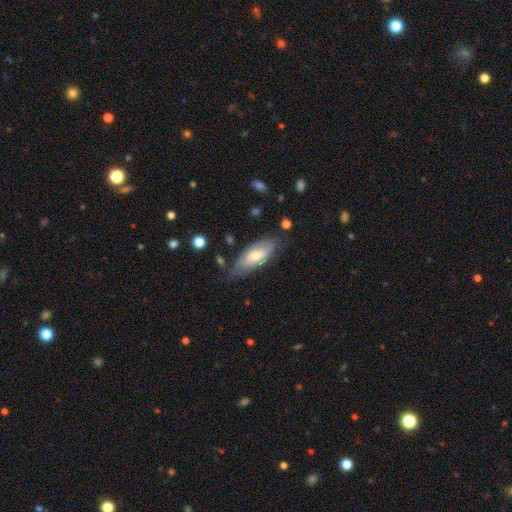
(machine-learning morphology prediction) smooth_or_featured: smooth (p=0.57) [alt: featured or disk p=0.37]
how_rounded: in between (p=0.80) [alt: cigar-shaped p=0.18]
merging: none (p=0.64) [alt: minor disturbance p=0.26]